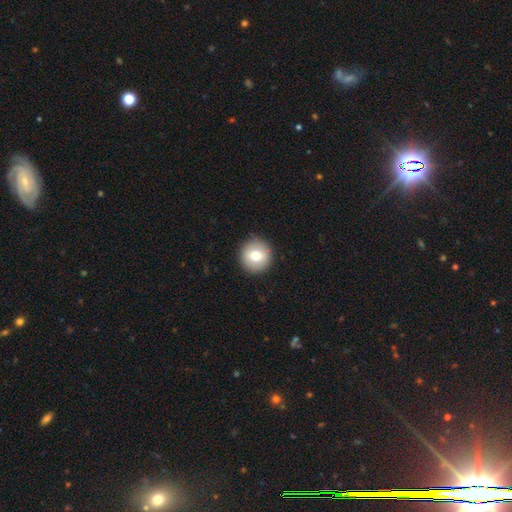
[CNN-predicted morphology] smooth-or-featured: smooth: 75% | featured or disk: 17% | star or artifact: 9%
  how-rounded: round: 95% | in between: 4% | cigar-shaped: 1%
  merging: none: 91% | minor disturbance: 7% | major disturbance: 2% | merger: 1%